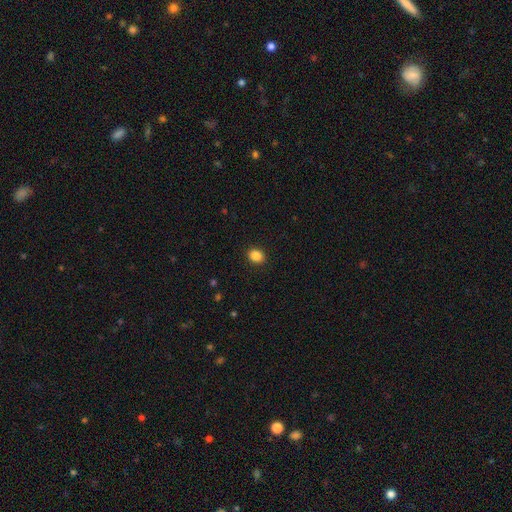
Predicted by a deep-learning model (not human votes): smooth-or-featured: smooth: 87% | star or artifact: 10% | featured or disk: 4%
  how-rounded: round: 54% | in between: 45% | cigar-shaped: 1%
  merging: none: 91% | minor disturbance: 6% | major disturbance: 2% | merger: 1%